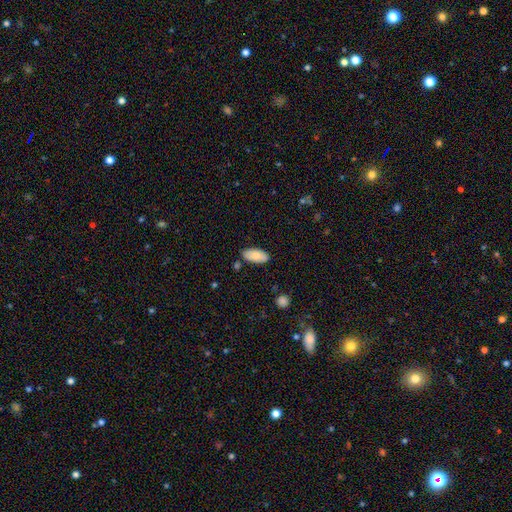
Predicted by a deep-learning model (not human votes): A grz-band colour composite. It shows a smooth galaxy with no disk features (82%) that is in between round and cigar-shaped (94%). Merging: none (82%).